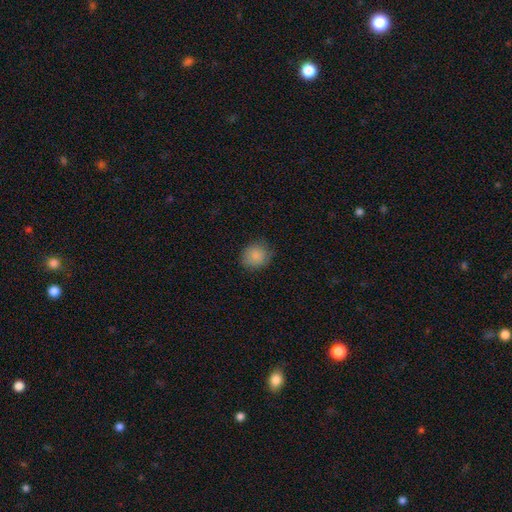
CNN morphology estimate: Smooth or featured? smooth (86%)
How rounded? round (80%)
Merging? none (79%)